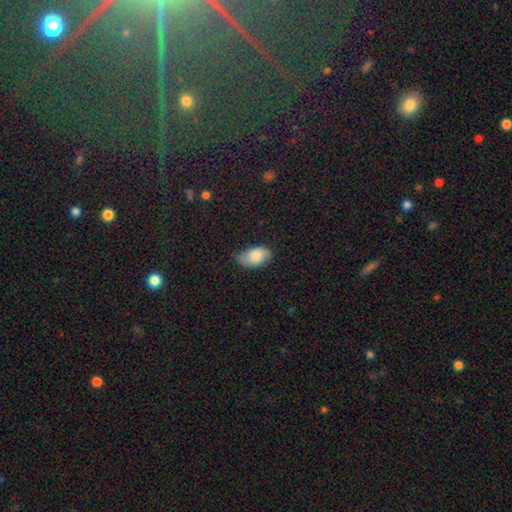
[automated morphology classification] The model was most divided on "merging": none: 62%, minor disturbance: 31%, major disturbance: 6%, merger: 1%. More confident: how rounded — in between (93%); smooth or featured — smooth (77%).